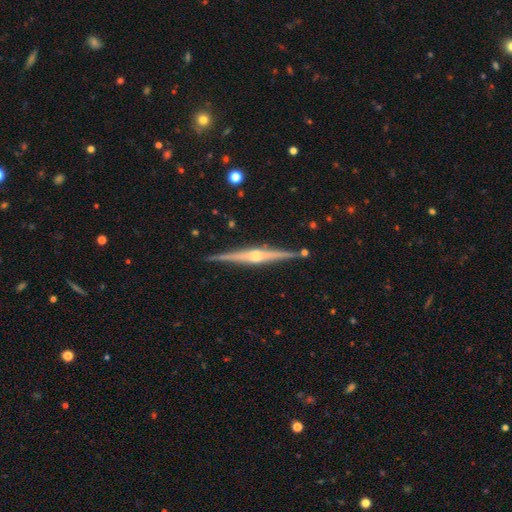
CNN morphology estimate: This is clearly a featured or disk galaxy (86%). It is clearly viewed edge-on (99%). Edge-on bulge: clearly rounded (87%). Merging: clearly none (90%).